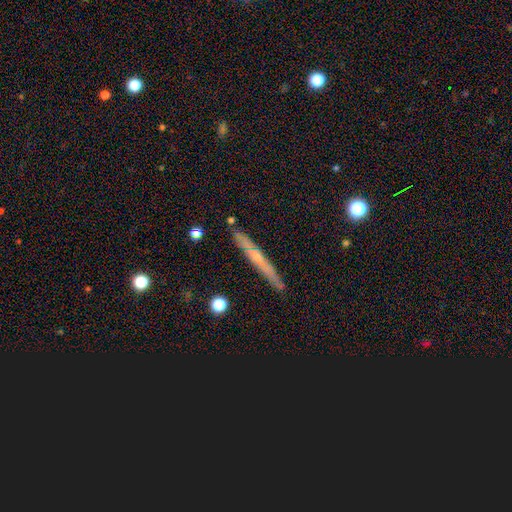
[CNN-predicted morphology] Smooth or featured? Predicted: featured or disk (p=0.56). Edge-on disk? Predicted: yes (p=0.93). Edge-on bulge? Predicted: none (p=0.55). Merging? Predicted: none (p=0.87).